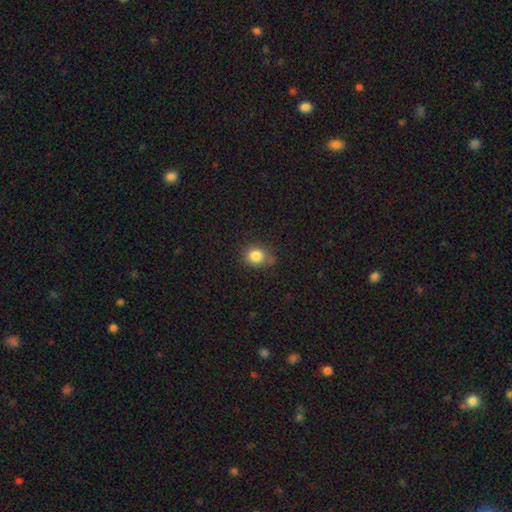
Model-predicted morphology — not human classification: Overall: smooth (84%). How rounded: round (78%). Merging: none (71%).